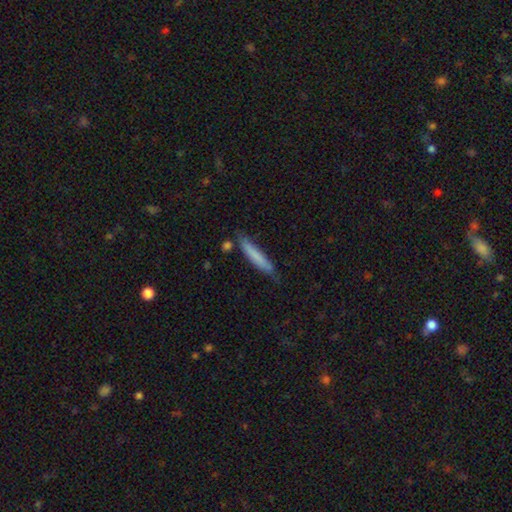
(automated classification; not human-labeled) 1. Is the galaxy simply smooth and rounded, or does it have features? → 76% smooth, 18% featured or disk, 6% star or artifact.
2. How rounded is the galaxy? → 93% cigar-shaped, 6% in between, 1% round.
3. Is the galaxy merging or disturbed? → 73% none, 20% minor disturbance, 4% merger, 3% major disturbance.